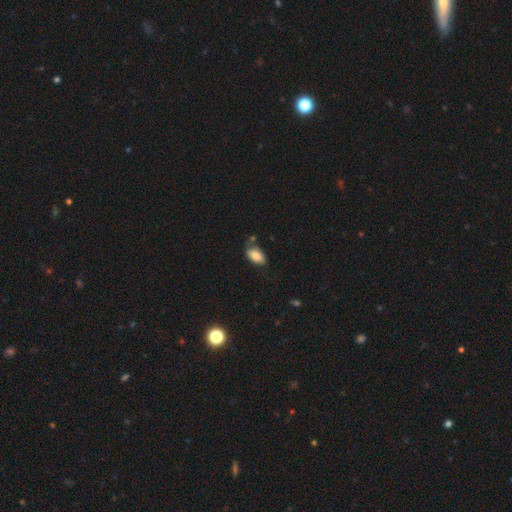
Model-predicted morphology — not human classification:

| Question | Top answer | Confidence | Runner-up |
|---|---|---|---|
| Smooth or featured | smooth | 83% | featured or disk (9%) |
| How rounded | in between | 92% | round (5%) |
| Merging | none | 64% | minor disturbance (24%) |